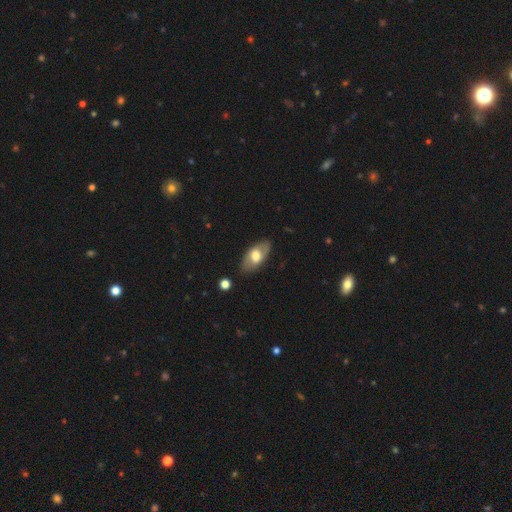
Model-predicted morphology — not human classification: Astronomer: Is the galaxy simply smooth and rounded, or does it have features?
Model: smooth — 56% (runner-up: featured or disk, 38%).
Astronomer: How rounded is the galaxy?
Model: in between — 91%.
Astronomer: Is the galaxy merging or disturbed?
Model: none — 82%.